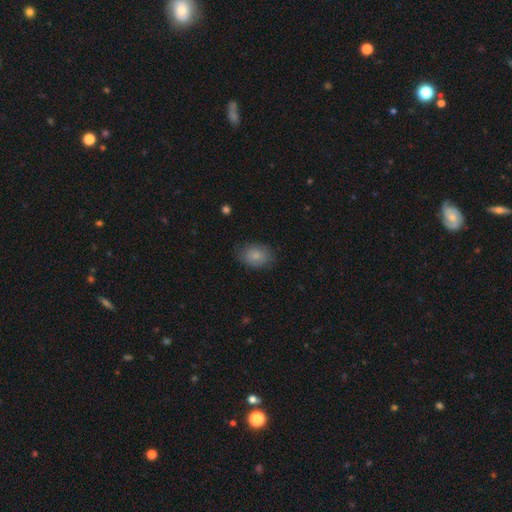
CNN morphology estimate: The model was most divided on "how rounded": in between: 76%, round: 23%, cigar-shaped: 1%. More confident: smooth or featured — smooth (83%); merging — none (77%).